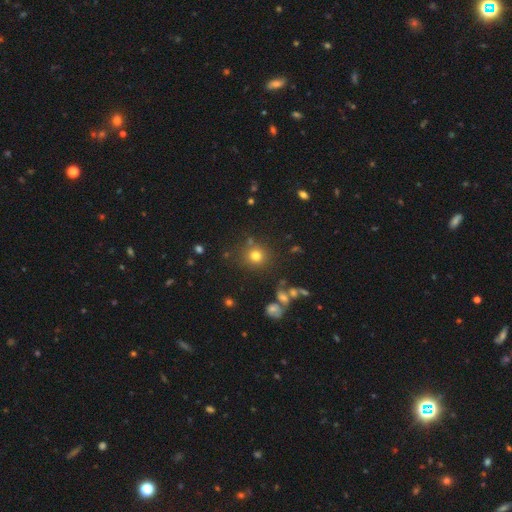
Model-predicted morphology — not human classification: type=smooth (75%); roundness=round (91%); merging=none (81%).